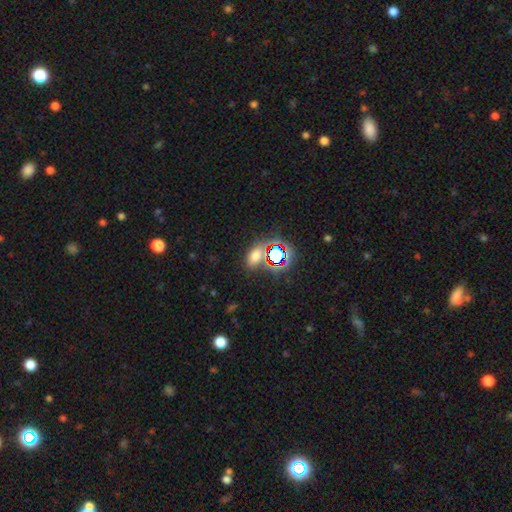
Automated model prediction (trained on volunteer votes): This appears to be a smooth galaxy with no disk features (54%) that is in between round and cigar-shaped (77%). Merging: none (72%).